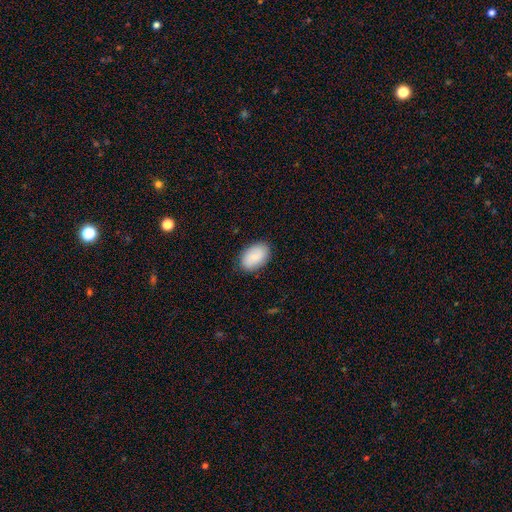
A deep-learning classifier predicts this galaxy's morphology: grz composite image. It shows a smooth galaxy with no disk features (84%) that is in between round and cigar-shaped (91%). Merging: none (85%).